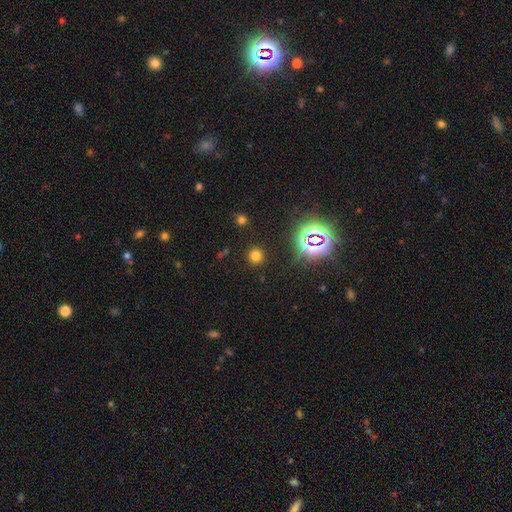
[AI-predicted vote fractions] Q: Smooth or featured?
A: smooth (69%); runner-up: star or artifact (25%)
Q: How rounded?
A: round (92%); runner-up: in between (7%)
Q: Merging?
A: none (89%); runner-up: minor disturbance (6%)